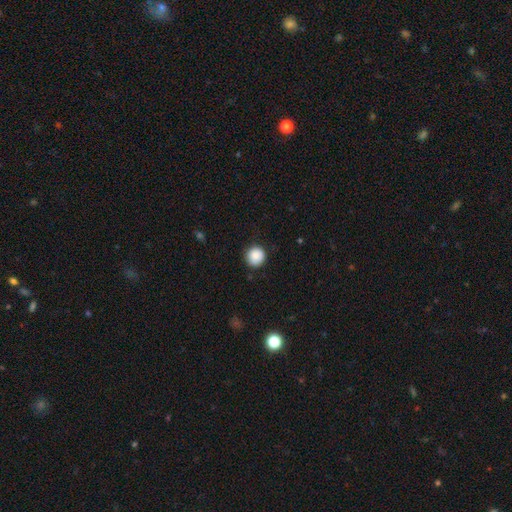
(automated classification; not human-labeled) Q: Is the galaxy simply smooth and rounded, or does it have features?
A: smooth — 87%.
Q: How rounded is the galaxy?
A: round — 94%.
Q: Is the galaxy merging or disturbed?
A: none — 86%.